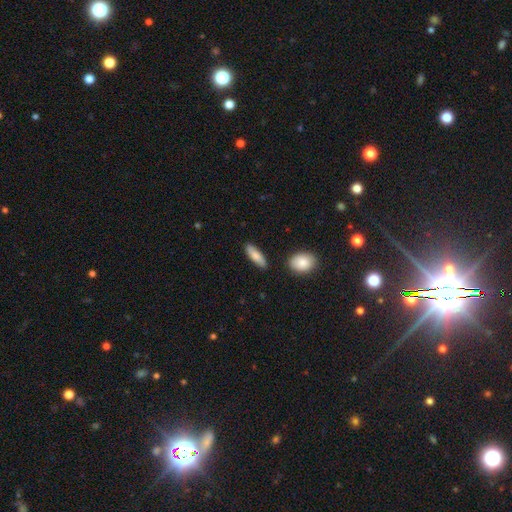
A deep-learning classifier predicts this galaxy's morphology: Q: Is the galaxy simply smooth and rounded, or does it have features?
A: smooth — 79%.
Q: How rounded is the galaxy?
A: in between — 50%.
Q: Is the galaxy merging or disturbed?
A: none — 84%.